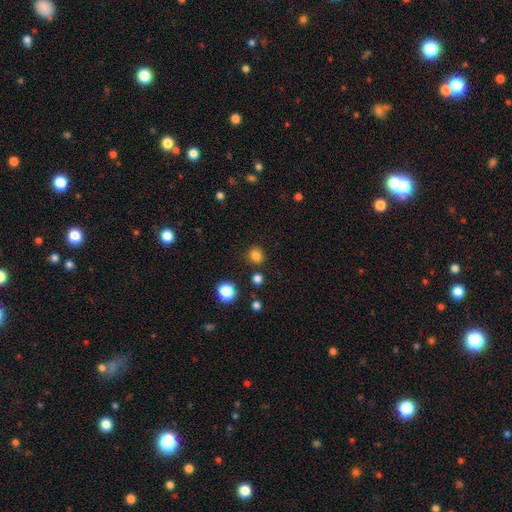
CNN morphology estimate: The model was most divided on "how rounded": round: 83%, in between: 16%, cigar-shaped: 1%. More confident: merging — none (86%); smooth or featured — smooth (82%).